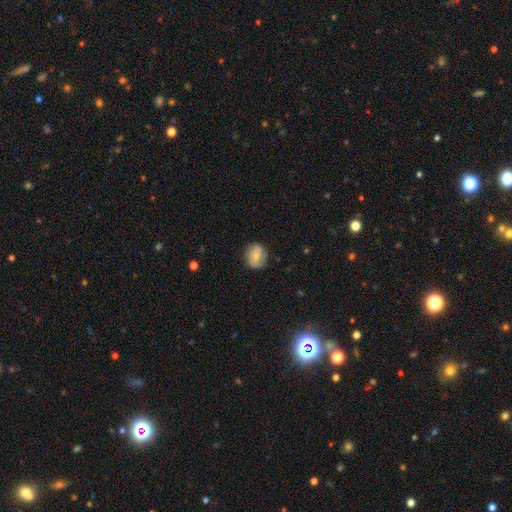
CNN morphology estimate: This is likely a smooth galaxy (61%). How rounded: likely round (67%). Merging: likely none (77%).